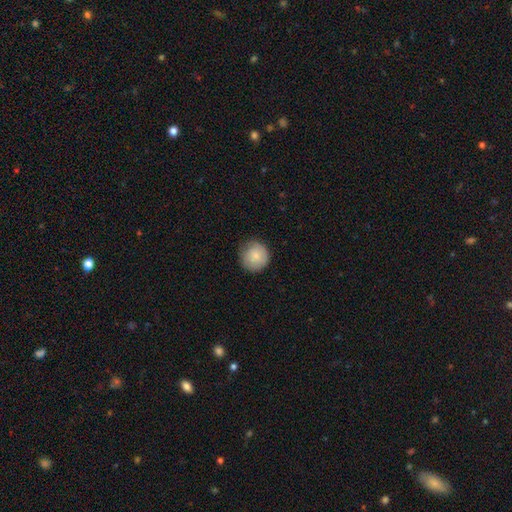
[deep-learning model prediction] Q: Smooth or featured?
A: smooth (83%); runner-up: featured or disk (10%)
Q: How rounded?
A: round (94%); runner-up: in between (5%)
Q: Merging?
A: none (80%); runner-up: minor disturbance (16%)